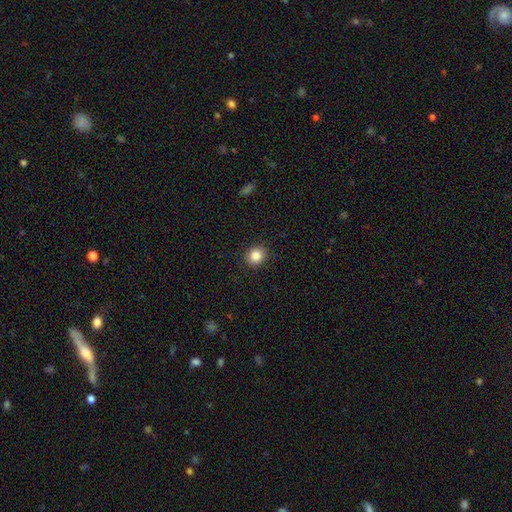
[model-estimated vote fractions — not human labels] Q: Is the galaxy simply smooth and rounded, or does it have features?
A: smooth — 85%.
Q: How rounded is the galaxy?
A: round — 76%.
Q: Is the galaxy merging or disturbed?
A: none — 91%.